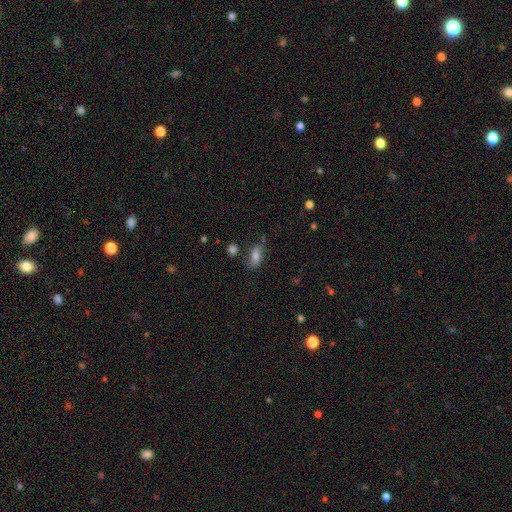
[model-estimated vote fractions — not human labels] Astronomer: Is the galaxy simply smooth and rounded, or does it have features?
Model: smooth — 69%.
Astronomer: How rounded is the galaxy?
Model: in between — 78%.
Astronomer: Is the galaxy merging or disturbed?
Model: none — 64%.